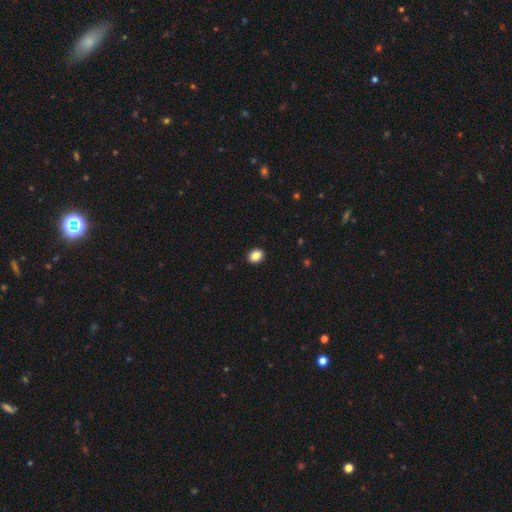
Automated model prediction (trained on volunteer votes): smooth_or_featured: smooth (p=0.87) [alt: star or artifact p=0.09]
how_rounded: in between (p=0.57) [alt: round p=0.42]
merging: none (p=0.91) [alt: minor disturbance p=0.06]